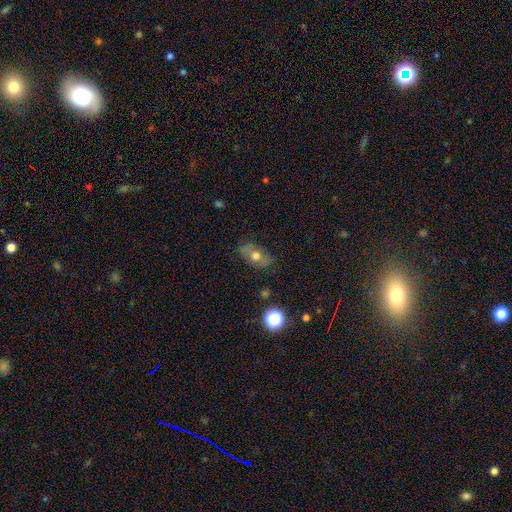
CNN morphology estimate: Overall: smooth (50%; featured or disk 37%). How rounded: in between (76%). Merging: none (77%).